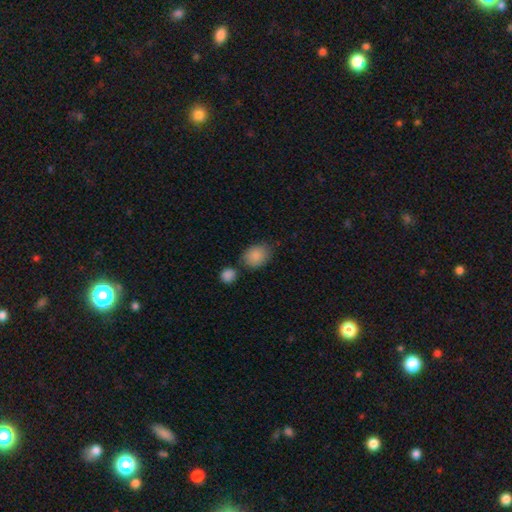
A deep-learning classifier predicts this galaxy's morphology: smooth 87%, star or artifact 7%, featured or disk 6%. Down the decision tree: how rounded — in between (60%); merging — none (65%).